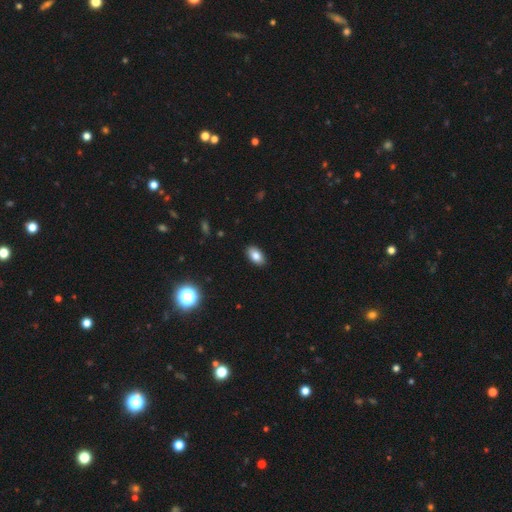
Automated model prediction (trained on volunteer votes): Smooth or featured? Predicted: smooth (p=0.82). How rounded? Predicted: in between (p=0.92). Merging? Predicted: none (p=0.90).